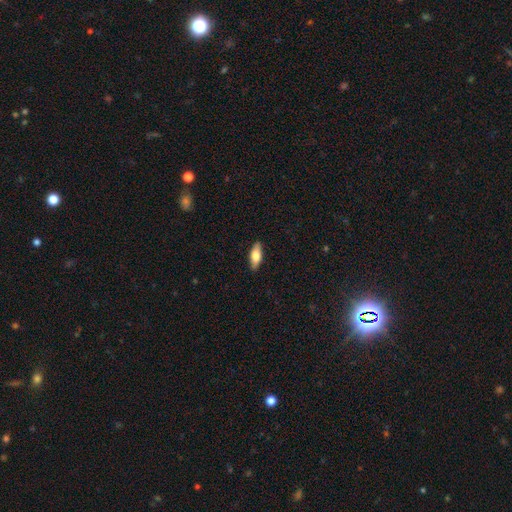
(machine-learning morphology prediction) smooth-or-featured: smooth: 69% | featured or disk: 25% | star or artifact: 6%
  how-rounded: in between: 73% | cigar-shaped: 24% | round: 3%
  merging: none: 88% | minor disturbance: 10% | major disturbance: 2% | merger: 1%